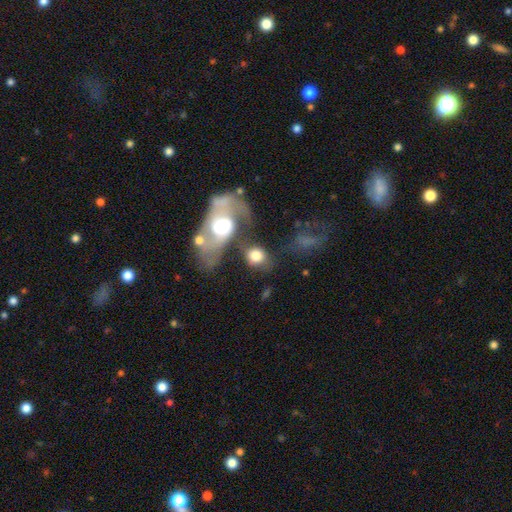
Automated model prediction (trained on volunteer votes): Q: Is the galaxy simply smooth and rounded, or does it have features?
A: smooth — 62%.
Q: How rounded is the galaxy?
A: round — 58%.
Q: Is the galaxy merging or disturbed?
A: merger — 37%.